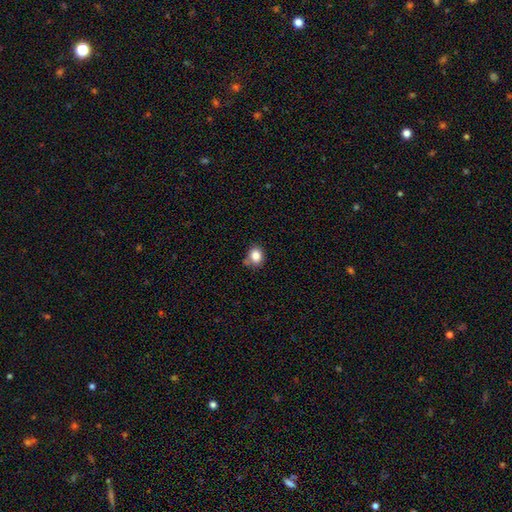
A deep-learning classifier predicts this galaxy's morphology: Smooth or featured: smooth — 84% (star or artifact — 10%)
How rounded: round — 64% (in between — 35%)
Merging: none — 65% (minor disturbance — 21%)